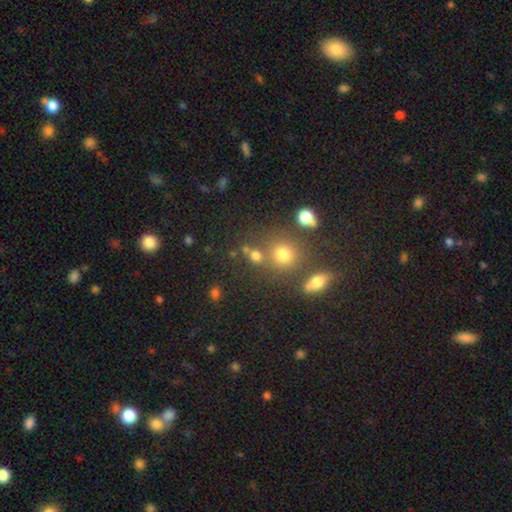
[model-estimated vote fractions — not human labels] Smooth or featured? Predicted: smooth (p=0.70). How rounded? Predicted: round (p=0.79). Merging? Predicted: none (p=0.63).